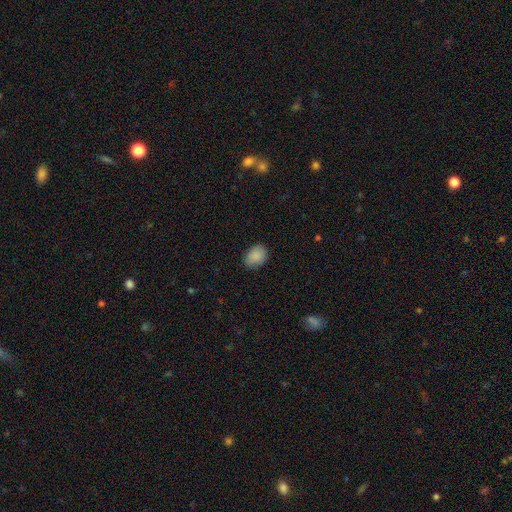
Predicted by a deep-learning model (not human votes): This is clearly a smooth galaxy (89%). How rounded: likely in between (74%). Merging: clearly none (83%).